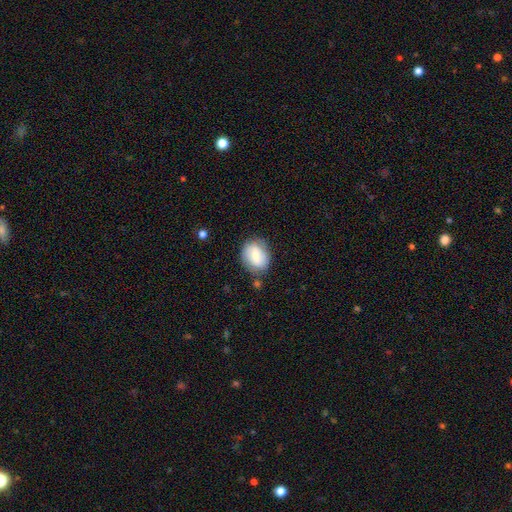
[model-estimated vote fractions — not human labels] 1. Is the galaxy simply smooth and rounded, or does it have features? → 60% smooth, 33% featured or disk, 7% star or artifact.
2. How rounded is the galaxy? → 56% in between, 42% round, 1% cigar-shaped.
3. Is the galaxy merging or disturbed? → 70% none, 20% minor disturbance, 6% major disturbance, 4% merger.